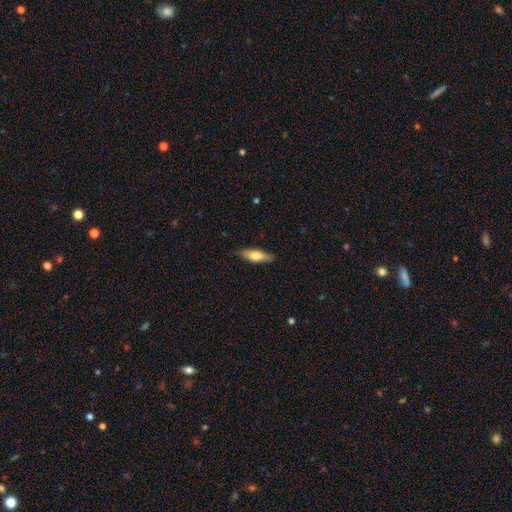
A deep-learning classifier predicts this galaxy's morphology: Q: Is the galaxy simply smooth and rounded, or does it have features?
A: smooth — 63%.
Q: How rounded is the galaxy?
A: in between — 52%.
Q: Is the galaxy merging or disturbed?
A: none — 83%.